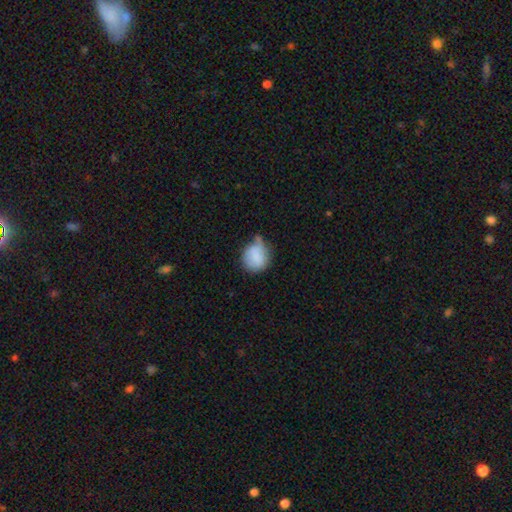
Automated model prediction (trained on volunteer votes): This is likely a smooth galaxy (79%). How rounded: likely round (73%). Merging: marginally minor disturbance (40%).